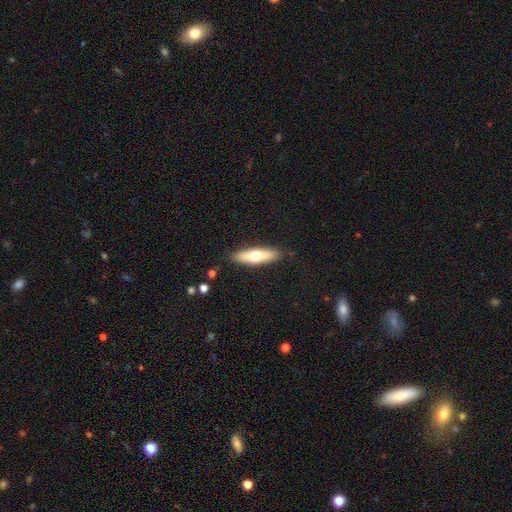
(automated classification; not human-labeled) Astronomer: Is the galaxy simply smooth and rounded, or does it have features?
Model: smooth — 57% (runner-up: featured or disk, 37%).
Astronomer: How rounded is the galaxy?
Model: cigar-shaped — 59% (runner-up: in between, 39%).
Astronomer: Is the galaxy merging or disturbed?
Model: none — 87%.